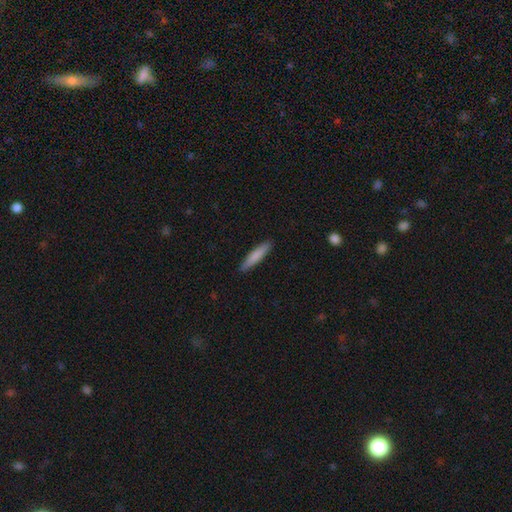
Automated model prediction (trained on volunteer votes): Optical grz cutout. It shows a smooth galaxy with no disk features (80%) that is cigar-shaped (90%). Merging: none (90%).